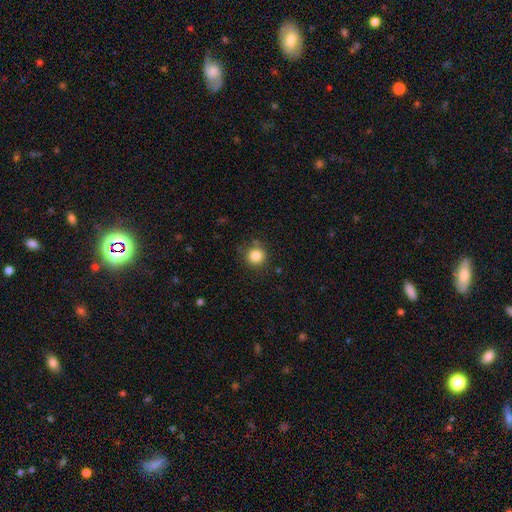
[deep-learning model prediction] Overall: smooth (84%). How rounded: round (93%). Merging: none (84%).